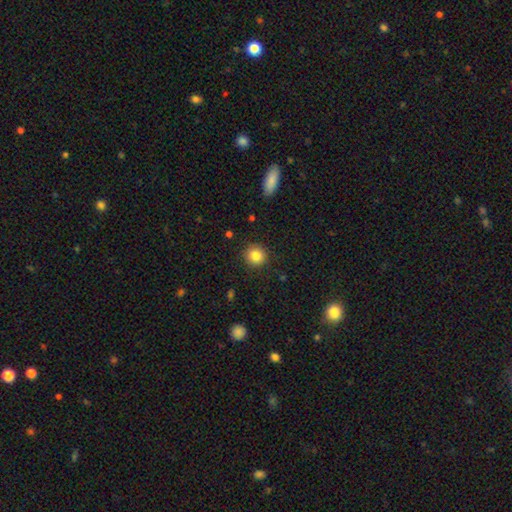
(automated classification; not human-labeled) A smooth galaxy with no disk features (84%) that is round (92%).

Vote fractions:
- Smooth or featured? smooth: 84% / star or artifact: 10% / featured or disk: 6%
- How rounded? round: 92% / in between: 7% / cigar-shaped: 1%
- Merging? none: 90% / minor disturbance: 6% / major disturbance: 2% / merger: 1%